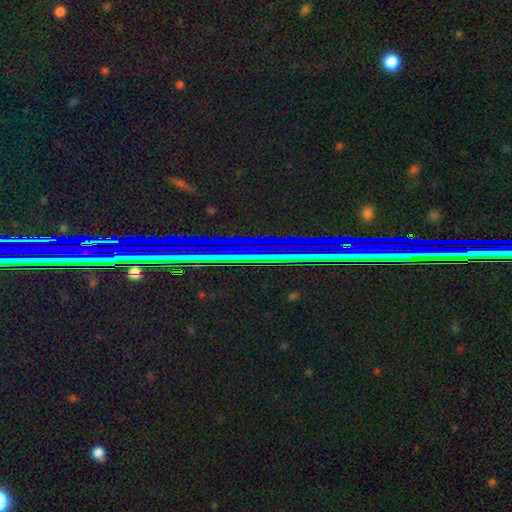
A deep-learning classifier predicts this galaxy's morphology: This is clearly a star or artifact rather than a galaxy (85%).